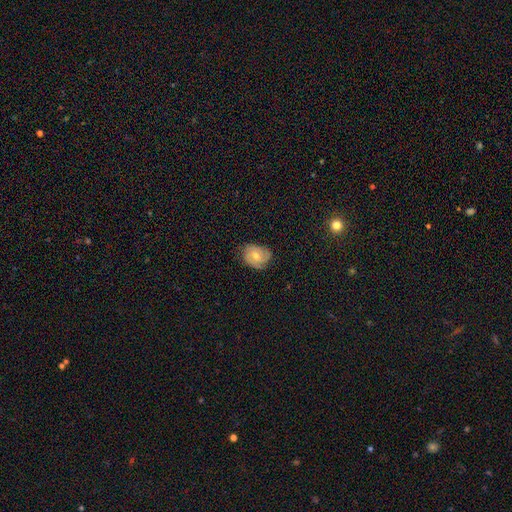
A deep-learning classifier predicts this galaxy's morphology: smooth-or-featured: featured or disk: 62% | smooth: 29% | star or artifact: 10%
  disk-edge-on: no: 97% | yes: 3%
    bar: no: 65% | weak: 28% | strong: 6%
    has-spiral-arms: yes: 87% | no: 13%
      spiral-winding: tight: 59% | medium: 32% | loose: 9%
      spiral-arm-count: 2: 42% | can't tell: 24% | 3: 21% | 1: 5% | 4: 4% | more than 4: 3%
    bulge-size: moderate: 62% | small: 34% | large: 2% | none: 1% | dominant: 1%
  merging: none: 72% | minor disturbance: 21% | major disturbance: 5% | merger: 1%